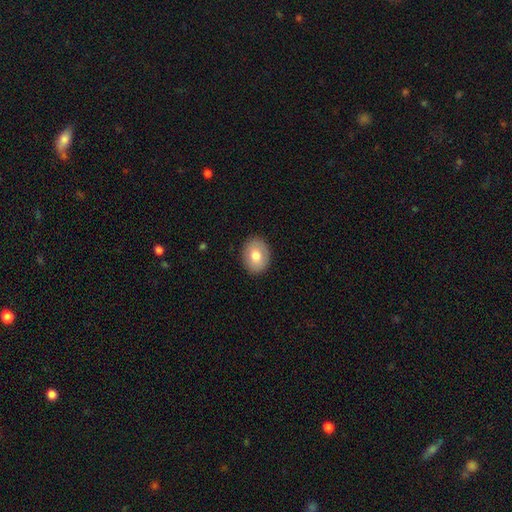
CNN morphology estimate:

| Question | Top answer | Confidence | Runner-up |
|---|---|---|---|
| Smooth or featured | smooth | 74% | featured or disk (18%) |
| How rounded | in between | 55% | round (44%) |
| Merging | none | 88% | minor disturbance (9%) |